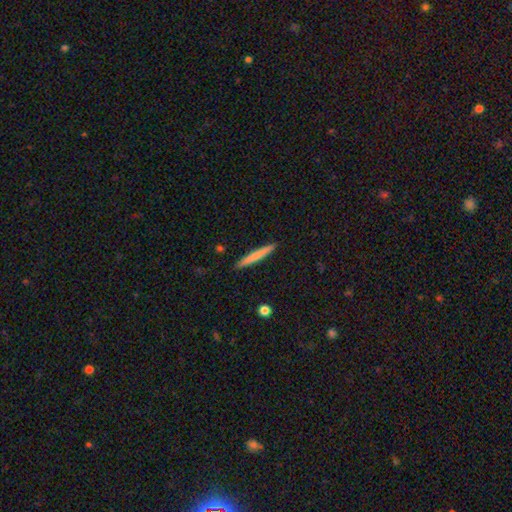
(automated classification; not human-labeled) smooth_or_featured: smooth (p=0.68) [alt: featured or disk p=0.27]
how_rounded: cigar-shaped (p=0.96) [alt: in between p=0.03]
merging: none (p=0.92) [alt: minor disturbance p=0.06]